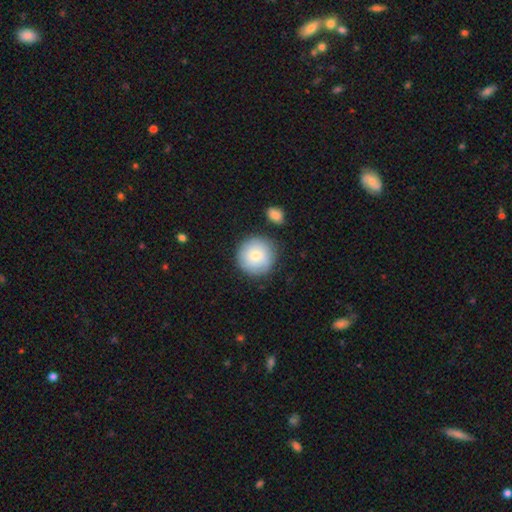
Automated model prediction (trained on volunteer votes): Overall: smooth (80%). How rounded: round (95%). Merging: none (82%).